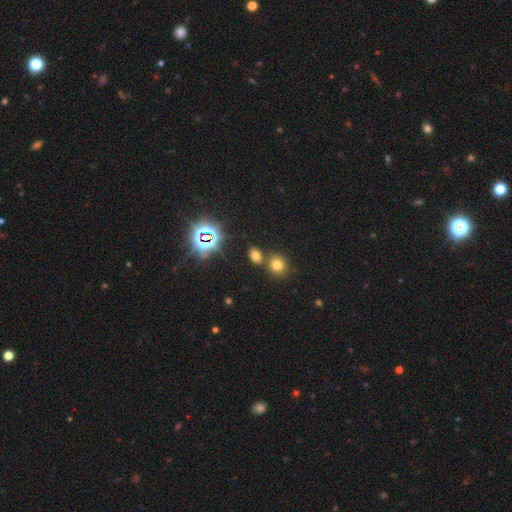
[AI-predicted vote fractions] Smooth or featured? Predicted: smooth (p=0.59). How rounded? Predicted: in between (p=0.60). Merging? Predicted: none (p=0.66).